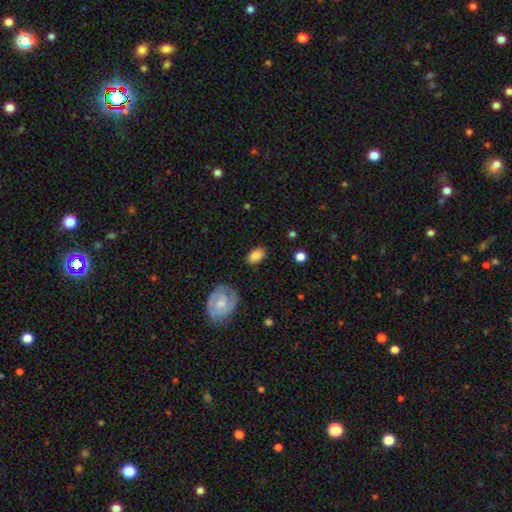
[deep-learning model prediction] smooth-or-featured: smooth: 75% | featured or disk: 18% | star or artifact: 7%
  how-rounded: in between: 86% | round: 12% | cigar-shaped: 2%
  merging: none: 82% | minor disturbance: 12% | major disturbance: 3% | merger: 2%